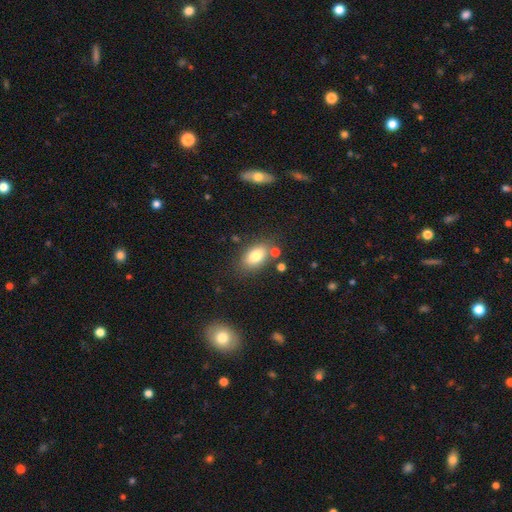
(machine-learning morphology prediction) This appears to be a smooth galaxy with no disk features (79%) that is in between round and cigar-shaped (88%). Merging: none (75%).